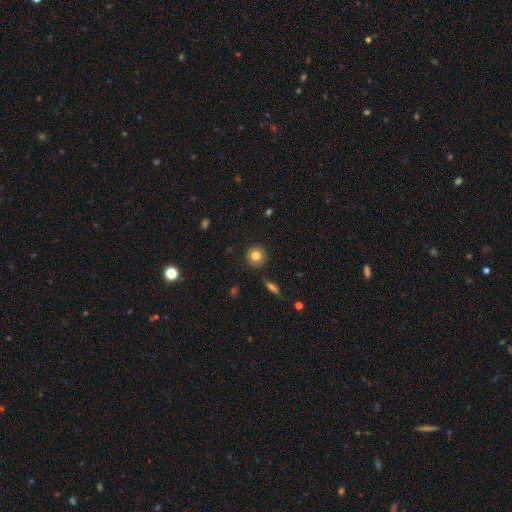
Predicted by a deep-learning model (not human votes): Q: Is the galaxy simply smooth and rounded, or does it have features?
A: smooth — 82%.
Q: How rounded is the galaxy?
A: round — 93%.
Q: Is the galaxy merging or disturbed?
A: none — 89%.